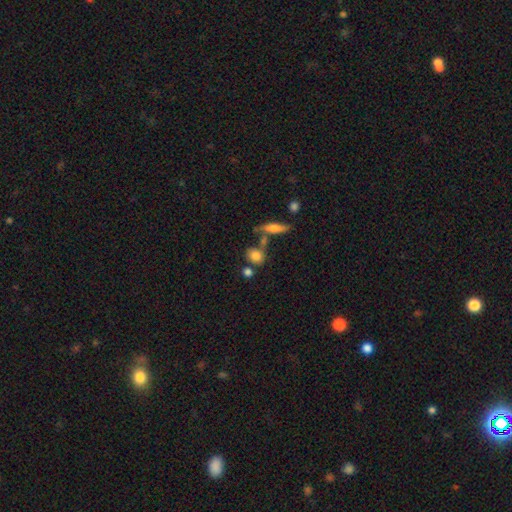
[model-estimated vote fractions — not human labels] This is clearly a smooth galaxy (80%). How rounded: possibly round (54%). Merging: possibly none (59%).